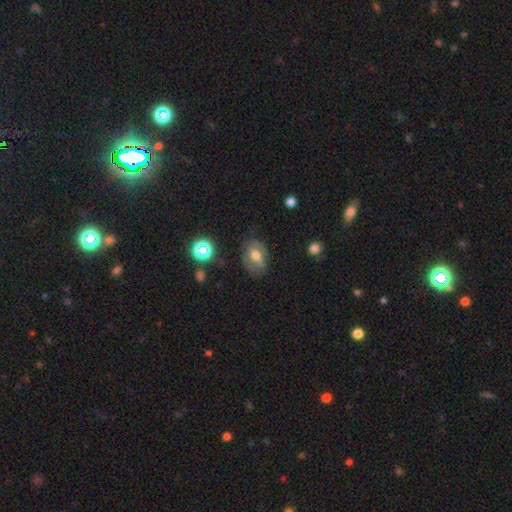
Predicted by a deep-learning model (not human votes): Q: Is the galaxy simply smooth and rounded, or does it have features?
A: smooth — 46%.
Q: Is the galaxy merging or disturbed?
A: none — 64%.